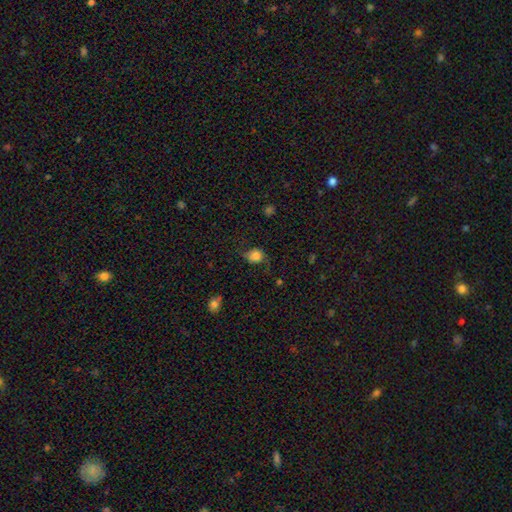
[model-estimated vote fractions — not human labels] This is likely a smooth galaxy (73%). How rounded: likely round (68%). Merging: possibly none (56%).